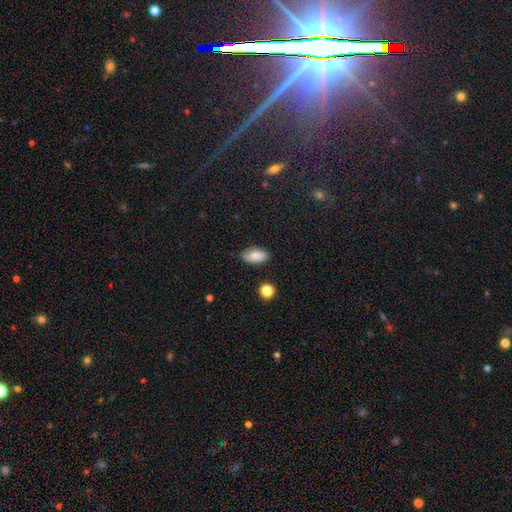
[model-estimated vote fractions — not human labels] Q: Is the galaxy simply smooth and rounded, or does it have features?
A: smooth — 79%.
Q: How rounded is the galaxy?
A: in between — 92%.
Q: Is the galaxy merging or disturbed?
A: none — 80%.